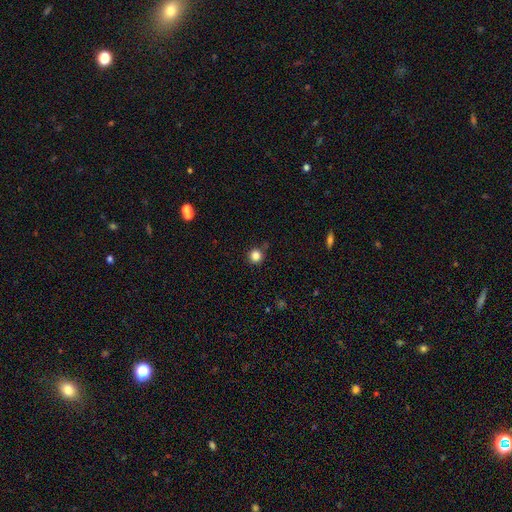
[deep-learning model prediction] Smooth or featured? smooth (84%)
How rounded? round (95%)
Merging? none (83%)